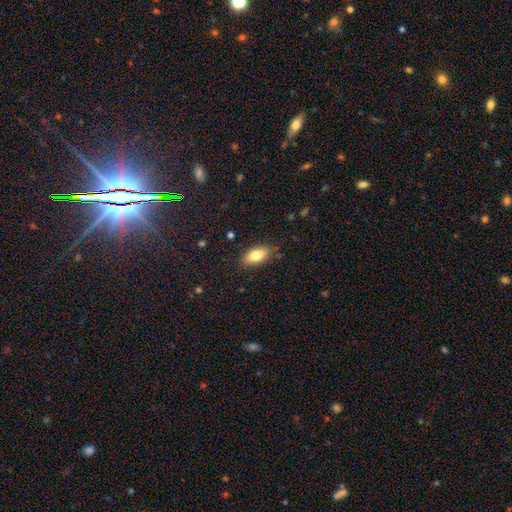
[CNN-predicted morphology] The model was most divided on "smooth or featured": smooth: 81%, featured or disk: 12%, star or artifact: 7%. More confident: how rounded — in between (89%); merging — none (84%).